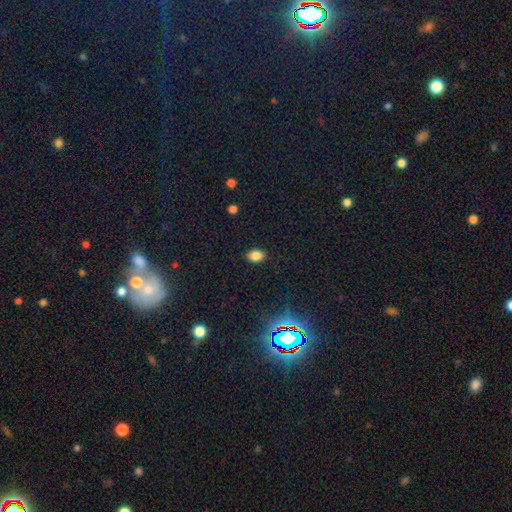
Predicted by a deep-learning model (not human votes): Overall: smooth (84%). How rounded: in between (78%). Merging: none (88%).